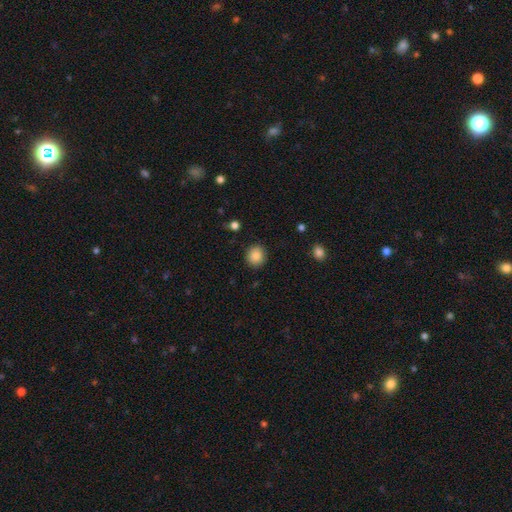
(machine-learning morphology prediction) A smooth galaxy with no disk features (87%) that is round (82%). Merging: none (89%).